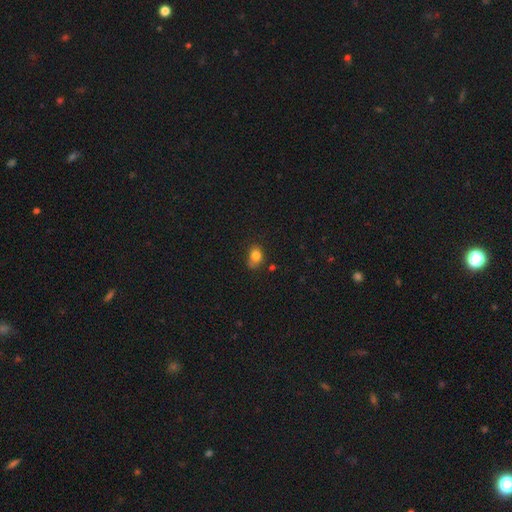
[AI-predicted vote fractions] smooth_or_featured: smooth (p=0.81) [alt: star or artifact p=0.11]
how_rounded: in between (p=0.53) [alt: round p=0.45]
merging: none (p=0.52) [alt: minor disturbance p=0.31]